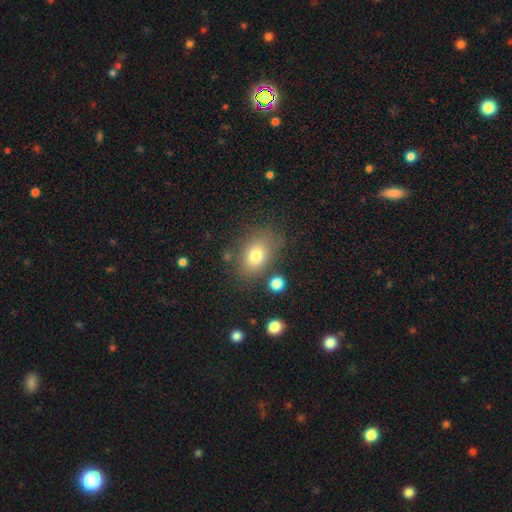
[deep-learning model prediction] smooth_or_featured: smooth (p=0.77) [alt: featured or disk p=0.12]
how_rounded: in between (p=0.74) [alt: round p=0.24]
merging: none (p=0.72) [alt: minor disturbance p=0.16]